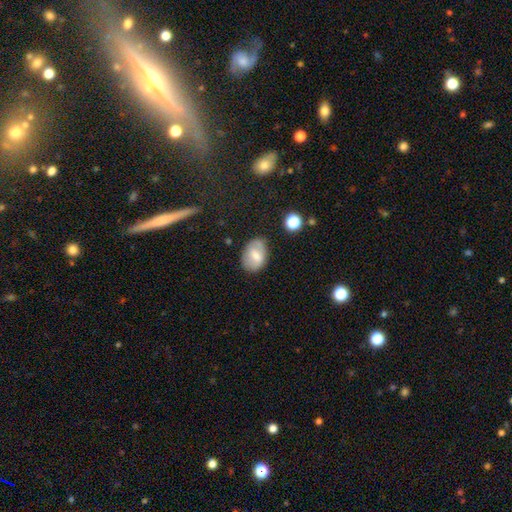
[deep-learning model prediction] Q: Smooth or featured?
A: smooth (65%); runner-up: featured or disk (27%)
Q: How rounded?
A: in between (81%); runner-up: round (18%)
Q: Merging?
A: none (73%); runner-up: minor disturbance (20%)